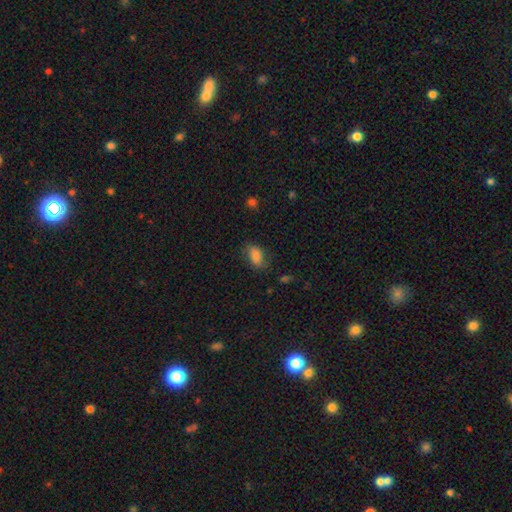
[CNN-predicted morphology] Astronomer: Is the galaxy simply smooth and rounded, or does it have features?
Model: smooth — 77%.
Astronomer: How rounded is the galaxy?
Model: in between — 89%.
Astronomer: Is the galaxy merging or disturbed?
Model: none — 68%.